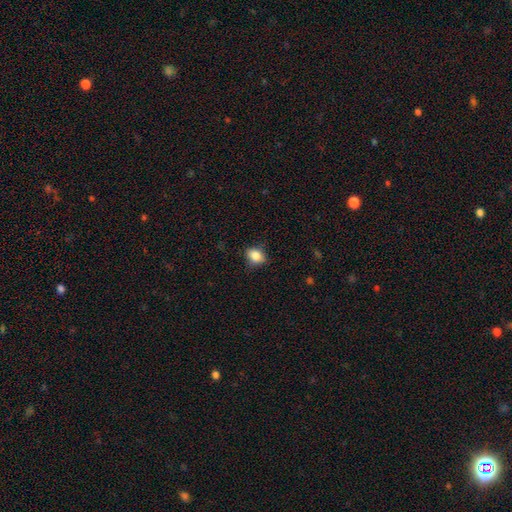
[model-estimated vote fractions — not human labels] A smooth galaxy with no disk features (84%) that is in between round and cigar-shaped (55%).

Vote fractions:
- Smooth or featured? smooth: 84% / star or artifact: 9% / featured or disk: 6%
- How rounded? in between: 55% / round: 43% / cigar-shaped: 1%
- Merging? none: 79% / minor disturbance: 17% / major disturbance: 3% / merger: 1%